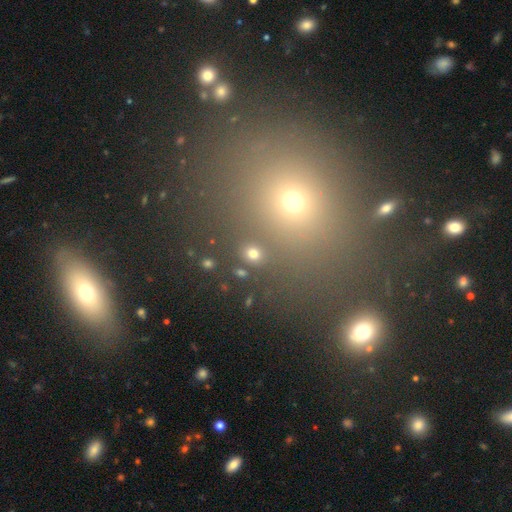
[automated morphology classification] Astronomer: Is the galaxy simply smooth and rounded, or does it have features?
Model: smooth — 75%.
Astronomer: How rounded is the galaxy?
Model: round — 61% (runner-up: in between, 36%).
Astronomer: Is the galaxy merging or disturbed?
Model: none — 83%.